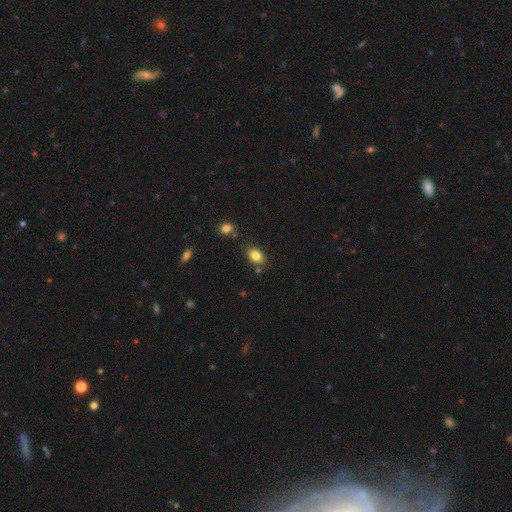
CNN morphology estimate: Smooth or featured?
  - smooth: 83% *
  - star or artifact: 10%
  - featured or disk: 7%
How rounded?
  - in between: 78% *
  - round: 21%
  - cigar-shaped: 1%
Merging?
  - none: 75% *
  - minor disturbance: 14%
  - merger: 7%
  - major disturbance: 3%